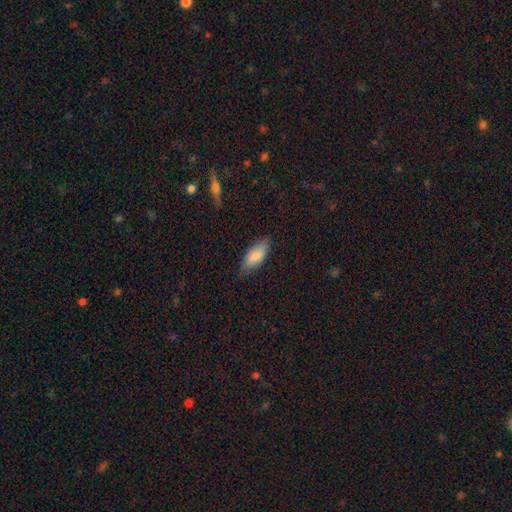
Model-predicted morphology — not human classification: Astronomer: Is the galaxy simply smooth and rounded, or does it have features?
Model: smooth — 84%.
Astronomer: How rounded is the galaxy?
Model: in between — 82%.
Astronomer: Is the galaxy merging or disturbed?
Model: none — 78%.